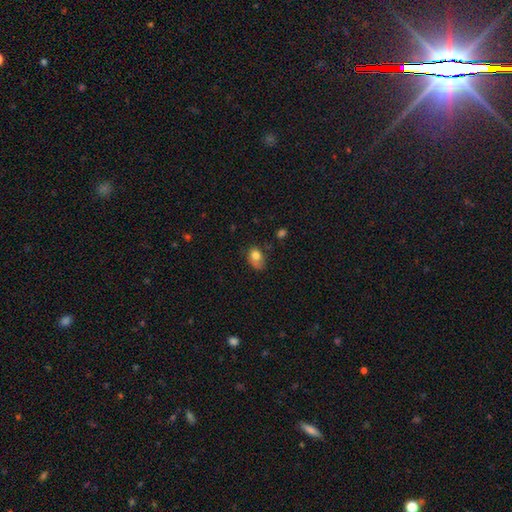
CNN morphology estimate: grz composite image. It shows a smooth galaxy with no disk features (79%) that is in between round and cigar-shaped (70%). Merging: none (40%).